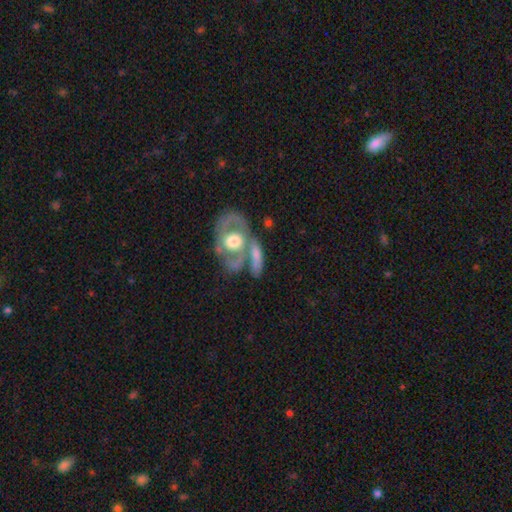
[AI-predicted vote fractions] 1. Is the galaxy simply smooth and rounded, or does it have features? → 57% featured or disk, 36% smooth, 6% star or artifact.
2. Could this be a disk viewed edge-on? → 82% no, 18% yes.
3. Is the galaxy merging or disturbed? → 41% none, 34% merger, 15% minor disturbance, 9% major disturbance.